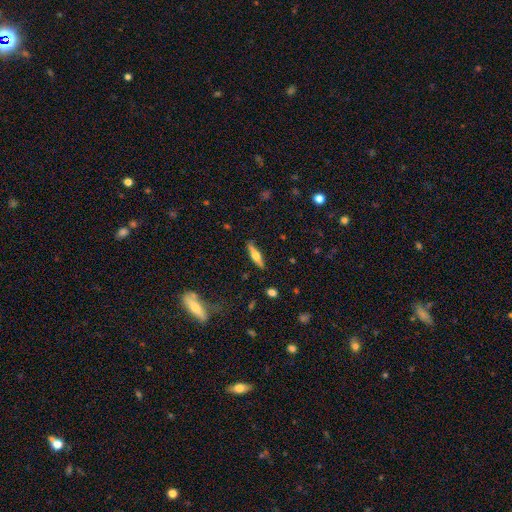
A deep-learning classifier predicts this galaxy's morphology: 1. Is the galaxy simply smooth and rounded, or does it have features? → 56% featured or disk, 37% smooth, 6% star or artifact.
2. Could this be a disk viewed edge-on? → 95% yes, 5% no.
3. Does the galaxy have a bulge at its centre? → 89% rounded, 8% boxy, 3% none.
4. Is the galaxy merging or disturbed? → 86% none, 10% minor disturbance, 2% major disturbance, 2% merger.